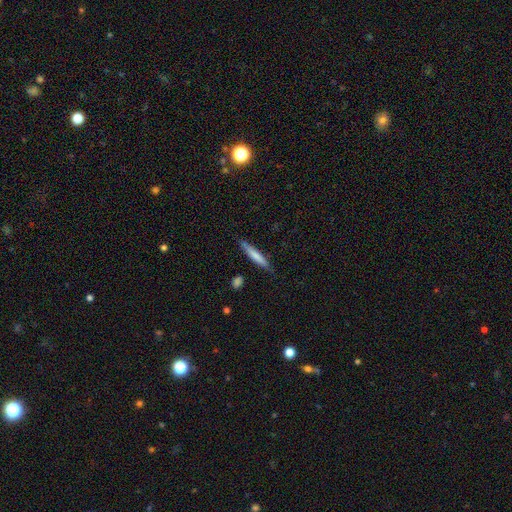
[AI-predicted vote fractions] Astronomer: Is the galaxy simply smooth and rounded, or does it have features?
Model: smooth — 69%.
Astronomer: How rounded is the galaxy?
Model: cigar-shaped — 93%.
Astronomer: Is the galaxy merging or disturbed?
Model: none — 82%.